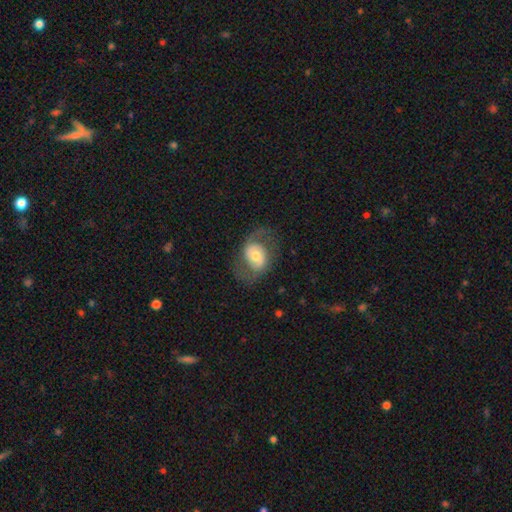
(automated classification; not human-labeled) Smooth or featured? Predicted: featured or disk (p=0.60). Edge-on disk? Predicted: no (p=0.95). Bar? Predicted: no (p=0.59). Spiral arms? Predicted: yes (p=0.70). Bulge size? Predicted: moderate (p=0.65). Merging? Predicted: none (p=0.64).